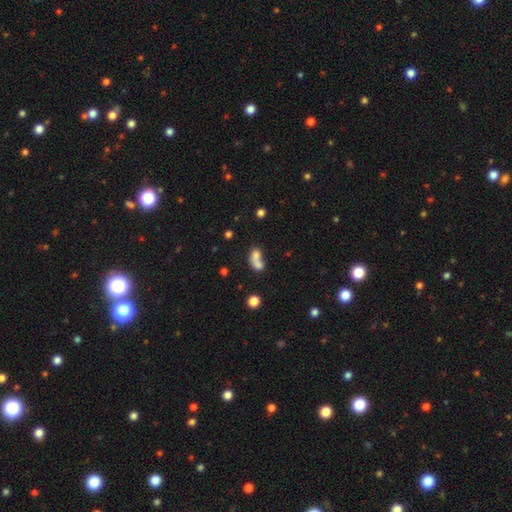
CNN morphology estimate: Smooth or featured? smooth (68%)
How rounded? in between (64%)
Merging? merger (61%)